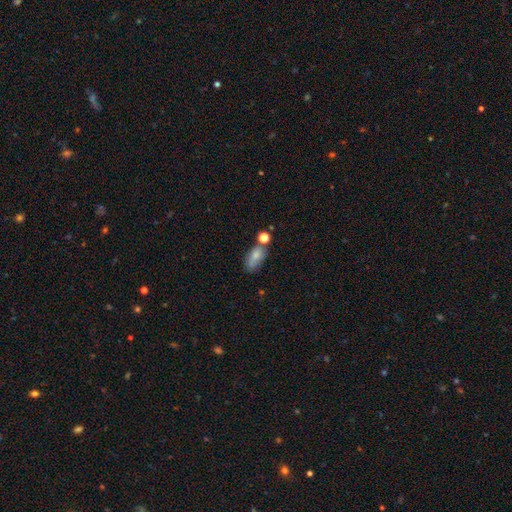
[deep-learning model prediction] smooth_or_featured: smooth (p=0.73) [alt: featured or disk p=0.16]
how_rounded: in between (p=0.85) [alt: round p=0.09]
merging: none (p=0.46) [alt: minor disturbance p=0.24]